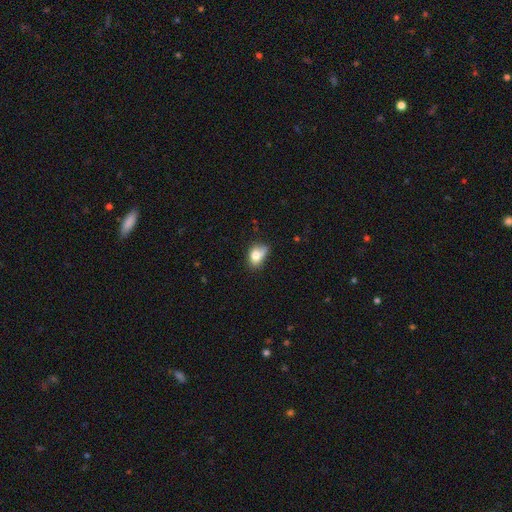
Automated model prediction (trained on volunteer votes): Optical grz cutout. It shows a smooth galaxy with no disk features (75%) that is in between round and cigar-shaped (74%). Merging: minor disturbance (37%).